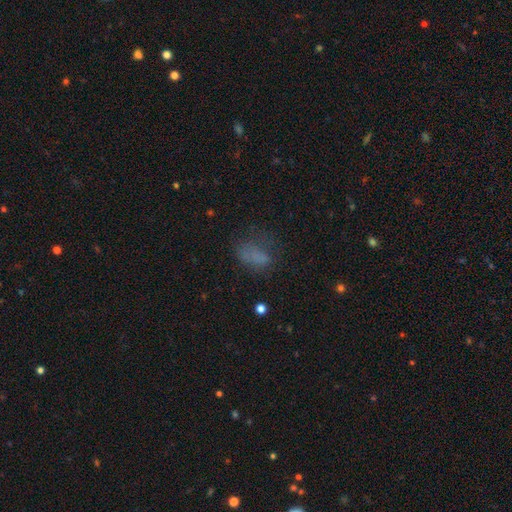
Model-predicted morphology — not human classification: A smooth galaxy with no disk features (65%) that is in between round and cigar-shaped (81%). Merging: none (45%).